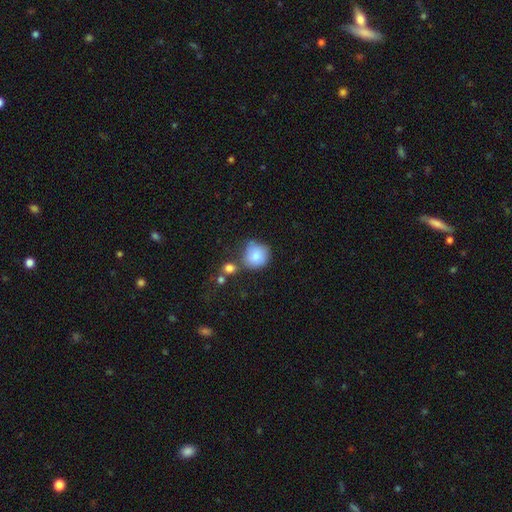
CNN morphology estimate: type=smooth (82%); roundness=round (87%); merging=none (53%).